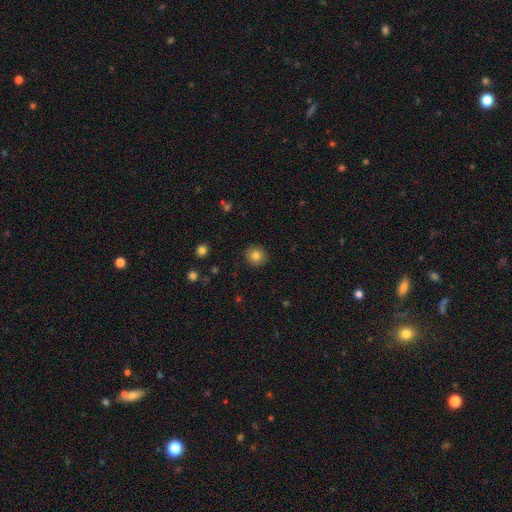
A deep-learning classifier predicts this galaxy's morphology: This is clearly a smooth galaxy (82%). How rounded: clearly round (89%). Merging: clearly none (90%).